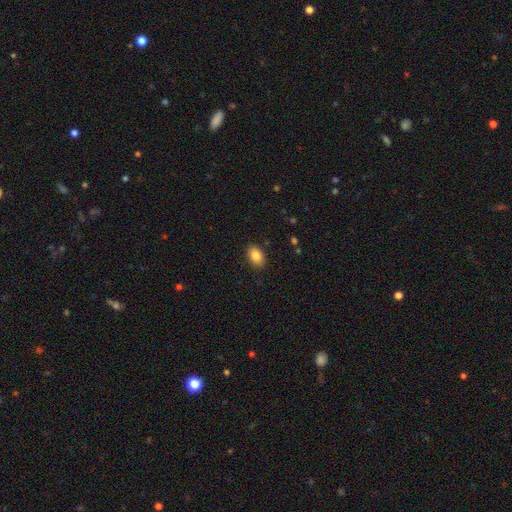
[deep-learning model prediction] smooth_or_featured: smooth (p=0.85) [alt: star or artifact p=0.08]
how_rounded: in between (p=0.84) [alt: round p=0.15]
merging: none (p=0.88) [alt: minor disturbance p=0.09]